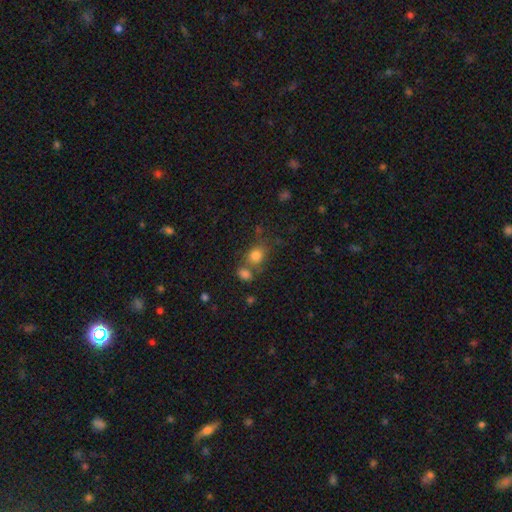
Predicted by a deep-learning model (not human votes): Q: Smooth or featured?
A: smooth (80%); runner-up: star or artifact (12%)
Q: How rounded?
A: round (61%); runner-up: in between (38%)
Q: Merging?
A: none (51%); runner-up: merger (30%)